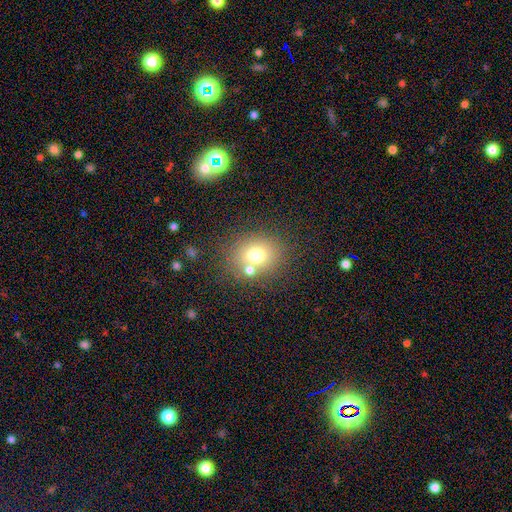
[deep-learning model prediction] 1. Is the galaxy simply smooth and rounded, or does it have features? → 70% smooth, 15% star or artifact, 15% featured or disk.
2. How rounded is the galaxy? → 69% round, 30% in between, 1% cigar-shaped.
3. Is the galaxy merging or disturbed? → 67% none, 18% merger, 11% minor disturbance, 4% major disturbance.